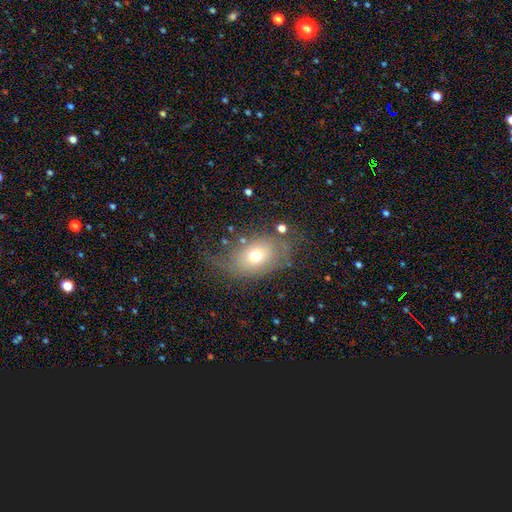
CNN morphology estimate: Overall: smooth (62%; featured or disk 26%). How rounded: in between (76%). Merging: none (56%; minor disturbance 23%).